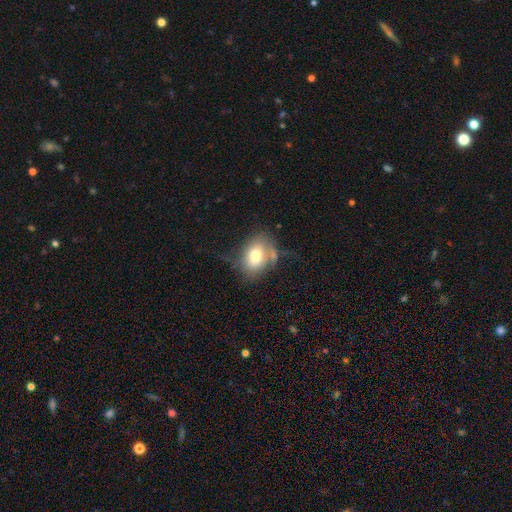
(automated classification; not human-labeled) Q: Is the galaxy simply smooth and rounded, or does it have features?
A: smooth — 71%.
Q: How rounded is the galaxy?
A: in between — 68%.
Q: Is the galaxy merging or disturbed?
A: none — 49%.